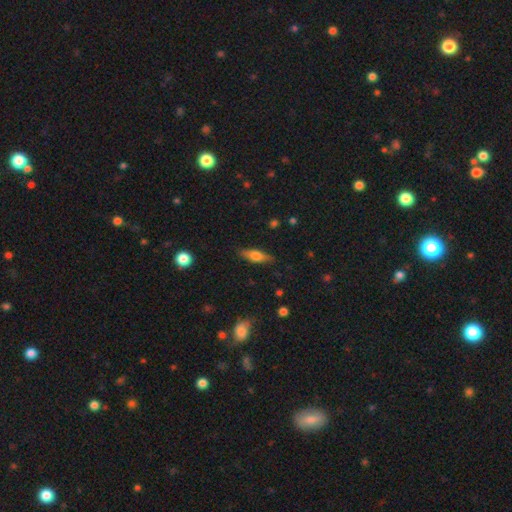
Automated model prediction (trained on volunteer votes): A smooth galaxy with no disk features (48%). Merging: none (86%).